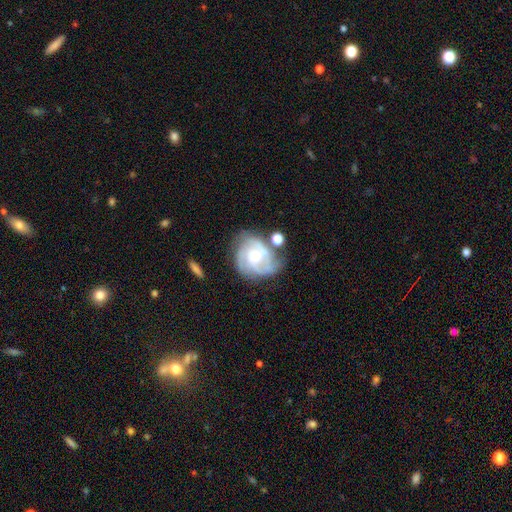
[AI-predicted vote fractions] Overall: featured or disk (80%). Edge-on disk: no (98%). Bar: no (68%). Spiral arms: yes (93%). Spiral arm count: 3 (38%; can't tell 23%). Spiral winding: tight (56%; medium 36%). Bulge size: small (49%; moderate 36%). Merging: none (56%; minor disturbance 22%).